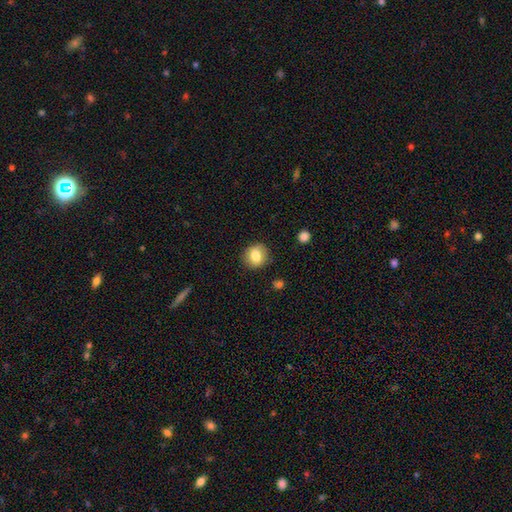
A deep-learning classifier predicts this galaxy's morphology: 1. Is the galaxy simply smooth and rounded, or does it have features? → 80% smooth, 11% featured or disk, 9% star or artifact.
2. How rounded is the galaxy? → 81% round, 18% in between, 1% cigar-shaped.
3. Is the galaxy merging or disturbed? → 86% none, 10% minor disturbance, 3% major disturbance, 1% merger.